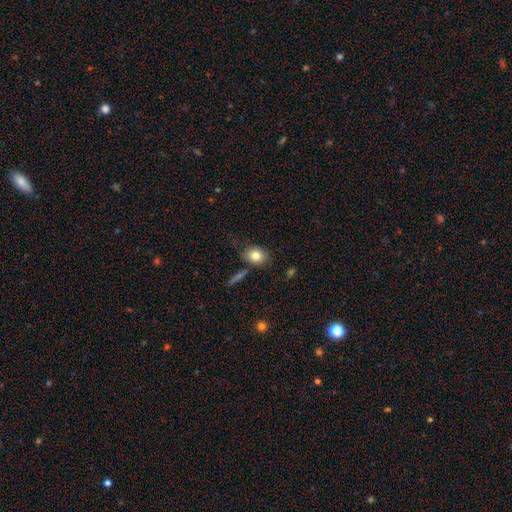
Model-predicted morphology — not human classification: Smooth or featured: smooth — 80% (featured or disk — 11%)
How rounded: in between — 52% (round — 47%)
Merging: none — 76% (minor disturbance — 14%)